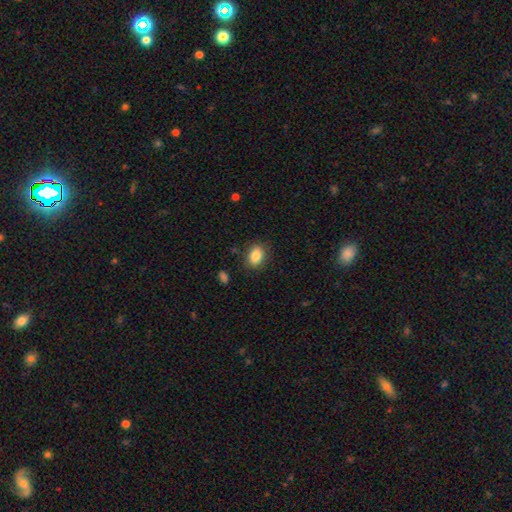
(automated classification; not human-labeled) Morphology: type=smooth (85%); roundness=in between (79%); merging=none (85%).